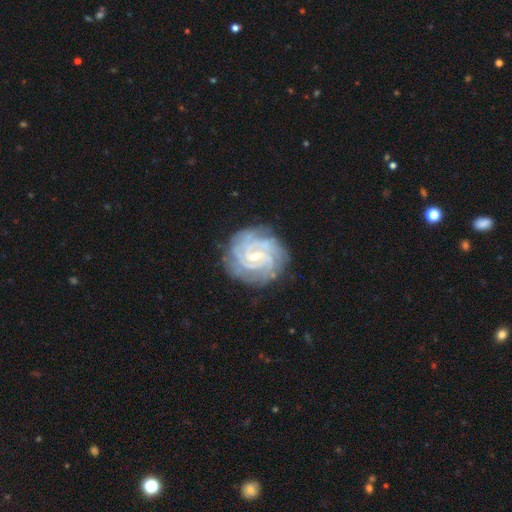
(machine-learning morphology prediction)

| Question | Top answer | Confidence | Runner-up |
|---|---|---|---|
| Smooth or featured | featured or disk | 89% | star or artifact (5%) |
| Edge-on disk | no | 98% | yes (2%) |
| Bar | weak | 57% | strong (25%) |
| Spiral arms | yes | 98% | no (2%) |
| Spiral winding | tight | 79% | medium (18%) |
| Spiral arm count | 4 | 25% | can't tell (22%) |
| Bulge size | small | 64% | moderate (31%) |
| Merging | none | 82% | minor disturbance (13%) |